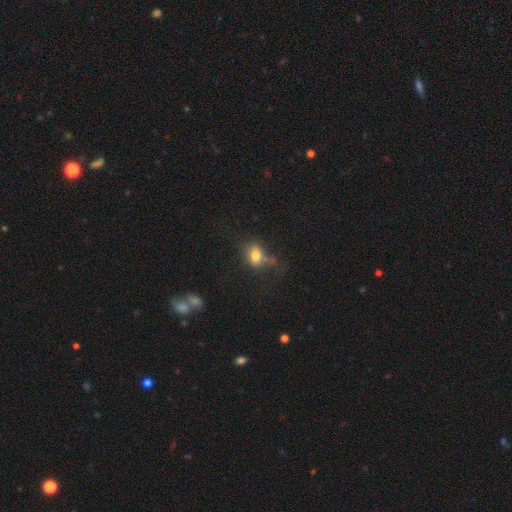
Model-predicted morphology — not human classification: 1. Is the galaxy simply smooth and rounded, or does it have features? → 74% smooth, 14% featured or disk, 12% star or artifact.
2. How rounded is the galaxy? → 70% in between, 27% round, 3% cigar-shaped.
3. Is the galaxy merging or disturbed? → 50% none, 25% minor disturbance, 15% major disturbance, 11% merger.